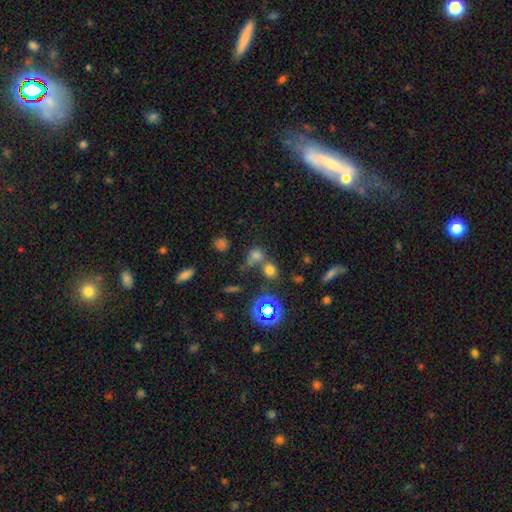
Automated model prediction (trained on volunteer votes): This is likely a smooth galaxy (64%). How rounded: likely round (74%). Merging: possibly none (47%).